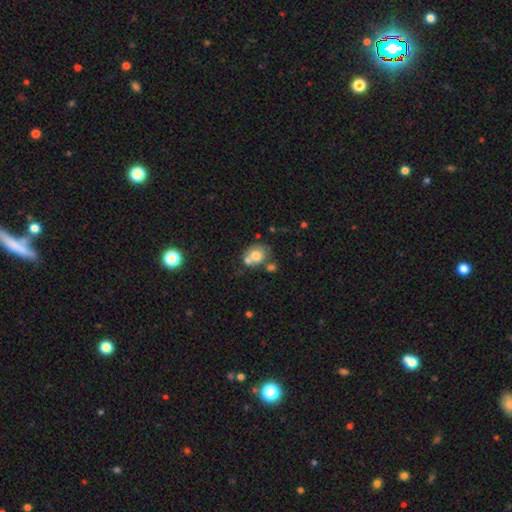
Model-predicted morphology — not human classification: Overall: smooth (72%). How rounded: round (63%; in between 36%). Merging: none (45%; merger 36%).